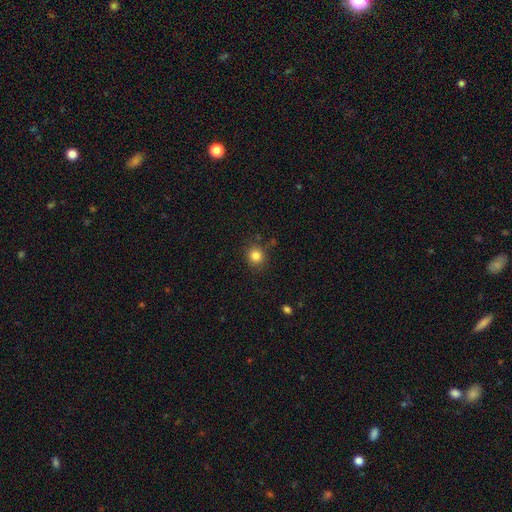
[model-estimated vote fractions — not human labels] A smooth galaxy with no disk features (83%) that is round (87%). Merging: none (85%).